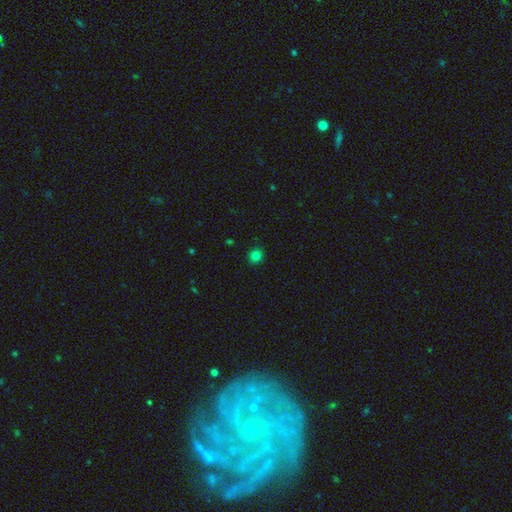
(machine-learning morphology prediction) Overall: smooth (81%). How rounded: round (89%). Merging: none (91%).